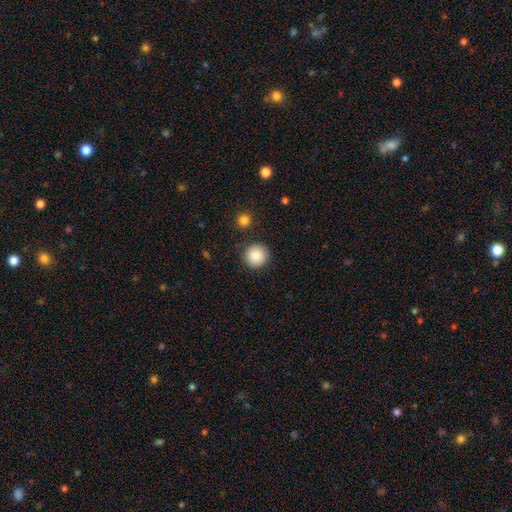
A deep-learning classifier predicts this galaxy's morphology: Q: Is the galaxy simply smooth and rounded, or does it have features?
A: smooth — 87%.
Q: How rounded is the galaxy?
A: round — 95%.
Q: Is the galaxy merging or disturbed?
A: none — 90%.